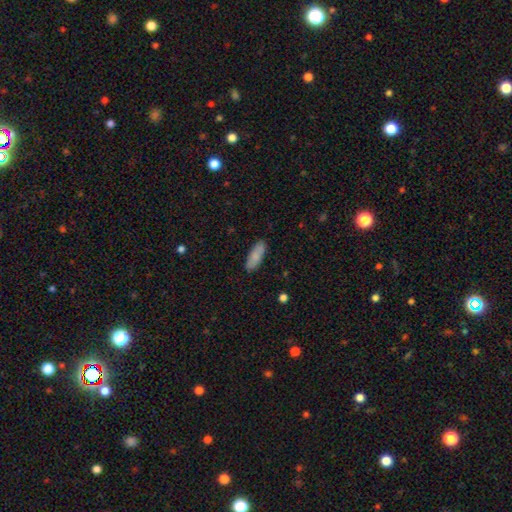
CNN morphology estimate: Q: Smooth or featured?
A: smooth (84%); runner-up: featured or disk (10%)
Q: How rounded?
A: in between (66%); runner-up: cigar-shaped (32%)
Q: Merging?
A: none (85%); runner-up: minor disturbance (12%)